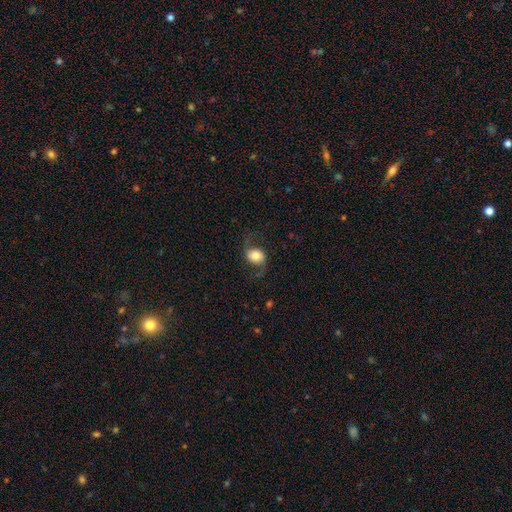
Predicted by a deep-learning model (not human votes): Smooth or featured? featured or disk (59%)
Edge-on disk? no (96%)
Bar? no (63%)
Spiral arms? yes (89%)
Spiral winding? loose (72%)
Spiral arm count? 2 (92%)
Bulge size? moderate (50%)
Merging? none (71%)